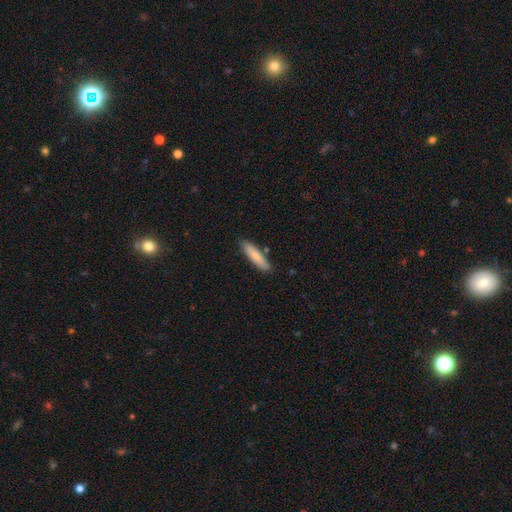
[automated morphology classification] Smooth or featured: smooth — 81% (featured or disk — 14%)
How rounded: cigar-shaped — 77% (in between — 21%)
Merging: none — 84% (minor disturbance — 11%)